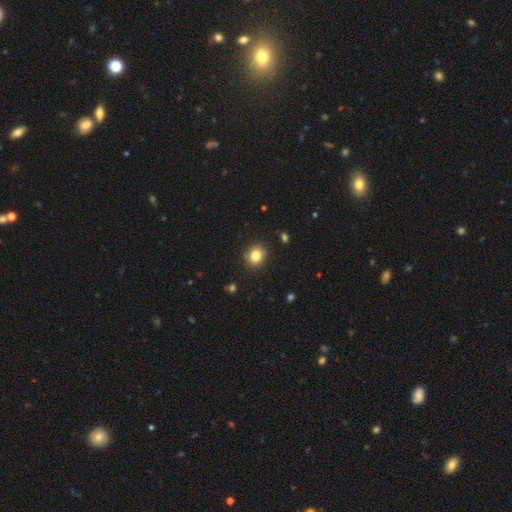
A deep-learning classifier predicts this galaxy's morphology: type=smooth (81%); roundness=round (82%); merging=none (87%).